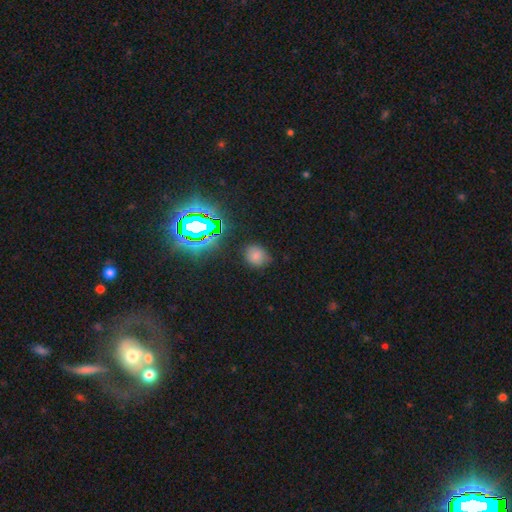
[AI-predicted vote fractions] Smooth or featured?
  - smooth: 69% *
  - star or artifact: 23%
  - featured or disk: 9%
How rounded?
  - round: 67% *
  - in between: 32%
  - cigar-shaped: 1%
Merging?
  - none: 75% *
  - minor disturbance: 19%
  - major disturbance: 4%
  - merger: 2%